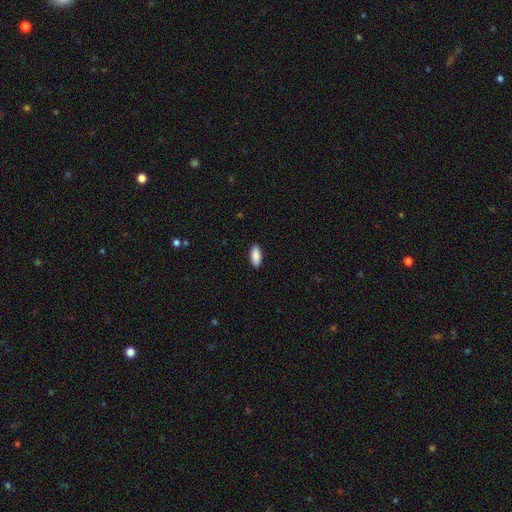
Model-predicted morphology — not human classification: This appears to be a smooth galaxy with no disk features (90%) that is in between round and cigar-shaped (88%). Merging: none (90%).